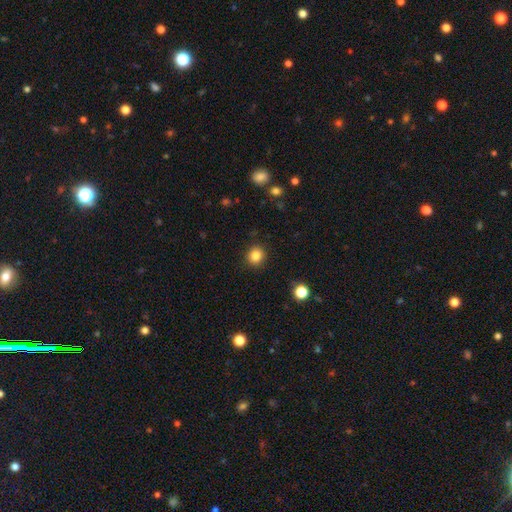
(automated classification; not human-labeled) Smooth or featured? Predicted: smooth (p=0.84). How rounded? Predicted: round (p=0.85). Merging? Predicted: none (p=0.90).